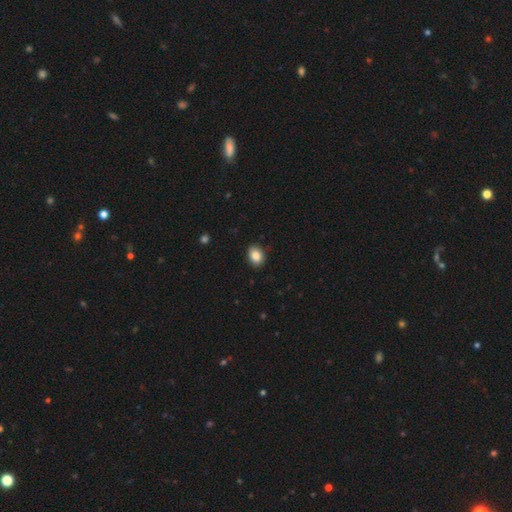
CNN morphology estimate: Smooth or featured: smooth — 87% (star or artifact — 8%)
How rounded: in between — 69% (round — 30%)
Merging: none — 88% (minor disturbance — 9%)